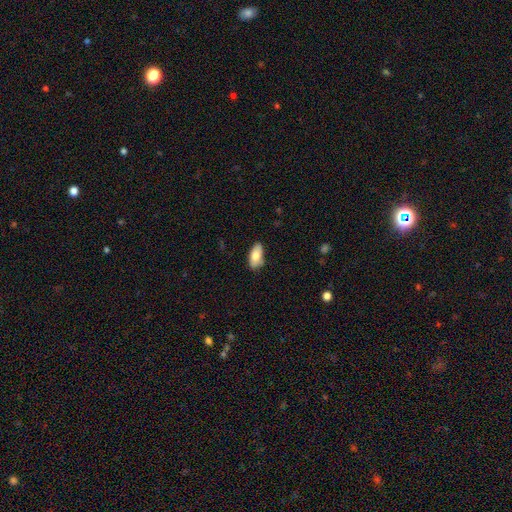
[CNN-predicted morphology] This is likely a smooth galaxy (77%). How rounded: clearly in between (91%). Merging: likely none (79%).